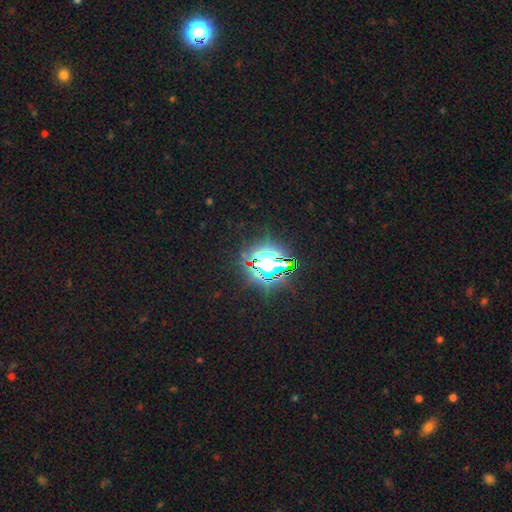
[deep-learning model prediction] smooth-or-featured: star or artifact: 82% | smooth: 10% | featured or disk: 7%